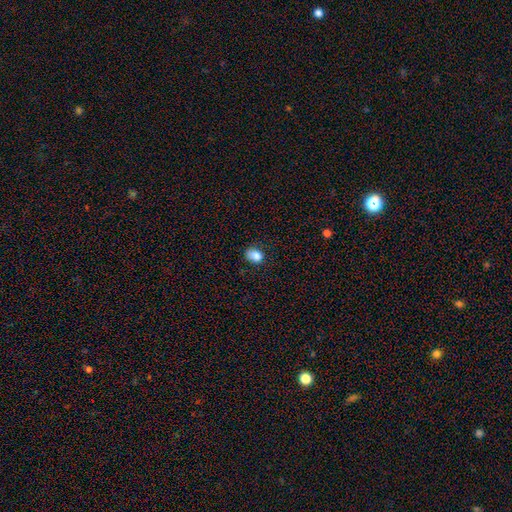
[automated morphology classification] Overall: smooth (85%). How rounded: in between (62%; round 37%). Merging: none (69%).